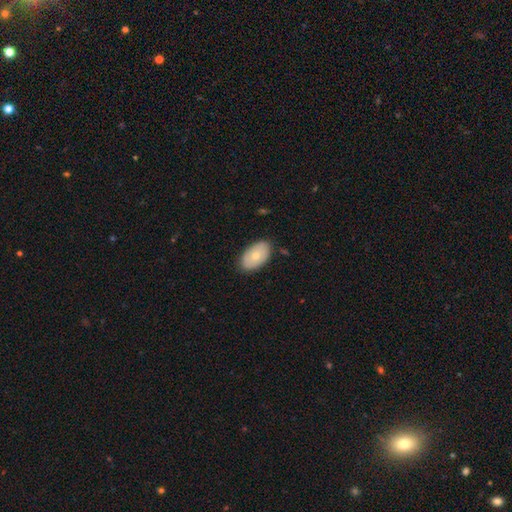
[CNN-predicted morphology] This is likely a smooth galaxy (68%). How rounded: clearly in between (93%). Merging: clearly none (83%).